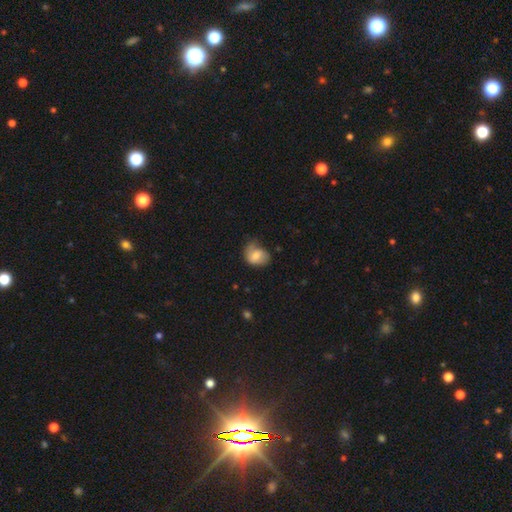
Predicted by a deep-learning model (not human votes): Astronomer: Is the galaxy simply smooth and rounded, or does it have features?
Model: smooth — 67%.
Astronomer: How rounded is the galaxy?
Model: in between — 56% (runner-up: round, 43%).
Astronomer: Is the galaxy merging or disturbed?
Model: none — 44% (runner-up: minor disturbance, 37%).